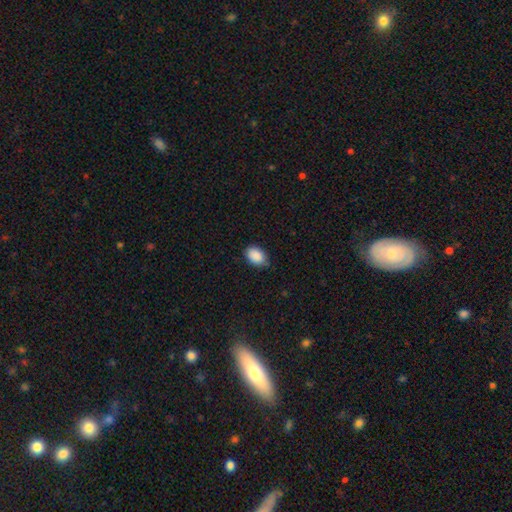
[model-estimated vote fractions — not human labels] Smooth or featured? smooth (89%)
How rounded? in between (85%)
Merging? none (73%)